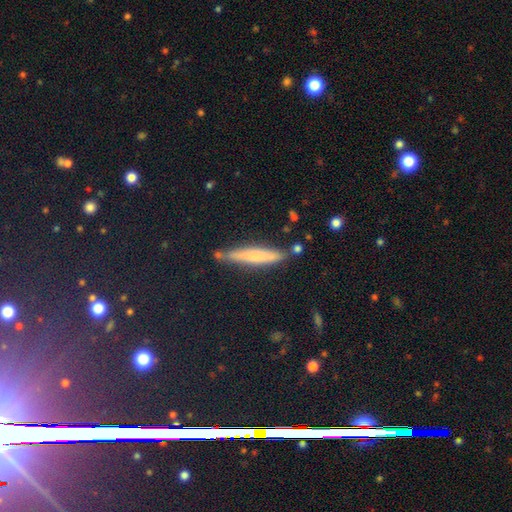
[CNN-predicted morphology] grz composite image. It shows a smooth galaxy with no disk features (56%) that is cigar-shaped (91%). Merging: none (81%).